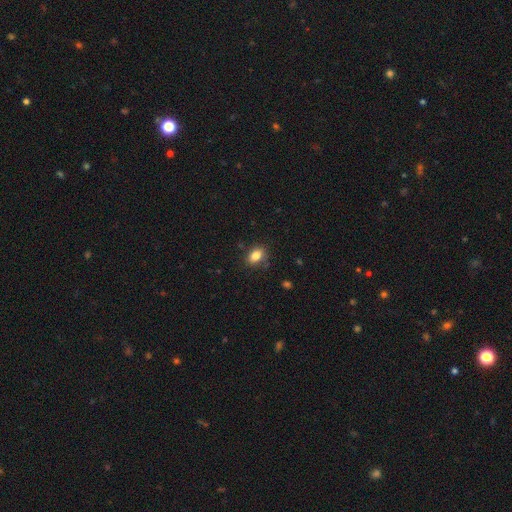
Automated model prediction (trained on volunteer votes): The model was most divided on "how rounded": in between: 80%, round: 18%, cigar-shaped: 2%. More confident: smooth or featured — smooth (83%); merging — none (80%).